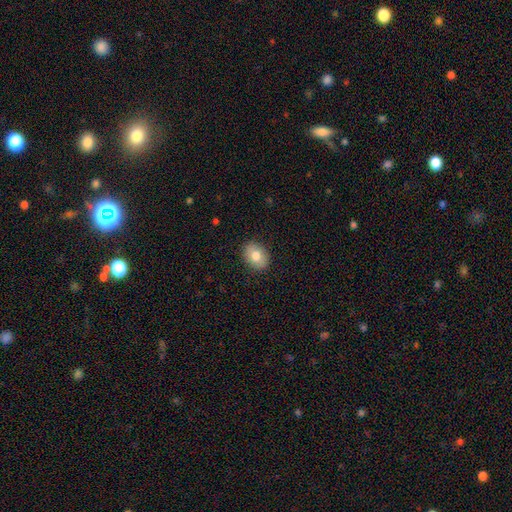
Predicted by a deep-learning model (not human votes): This appears to be a smooth galaxy with no disk features (78%) that is in between round and cigar-shaped (68%). Merging: none (89%).